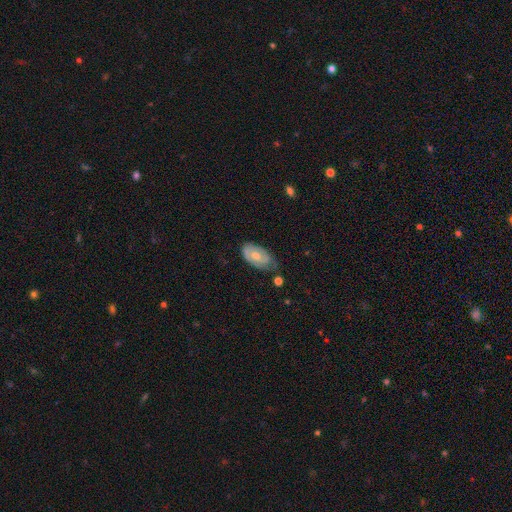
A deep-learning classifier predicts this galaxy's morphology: Smooth or featured: featured or disk — 51% (smooth — 42%)
Edge-on disk: no — 92% (yes — 8%)
Merging: none — 56% (minor disturbance — 32%)